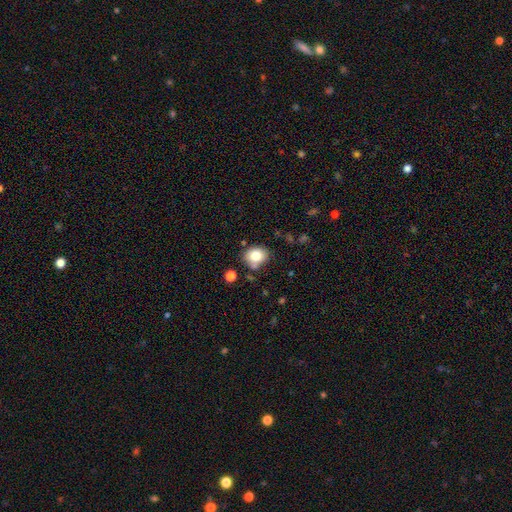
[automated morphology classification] This appears to be a smooth galaxy with no disk features (80%) that is round (60%). Merging: none (74%).